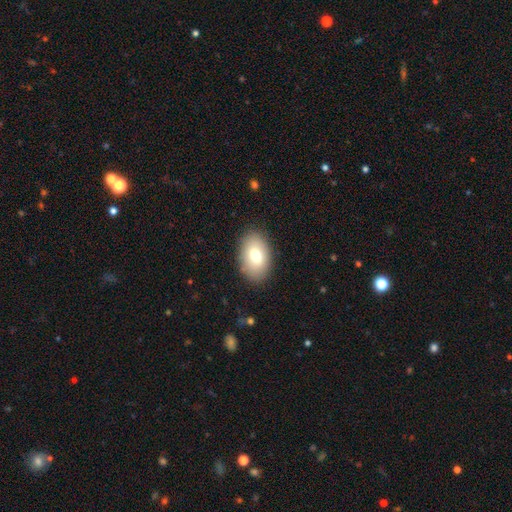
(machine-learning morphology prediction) Smooth or featured: smooth — 75% (featured or disk — 17%)
How rounded: in between — 89% (round — 10%)
Merging: none — 87% (minor disturbance — 9%)